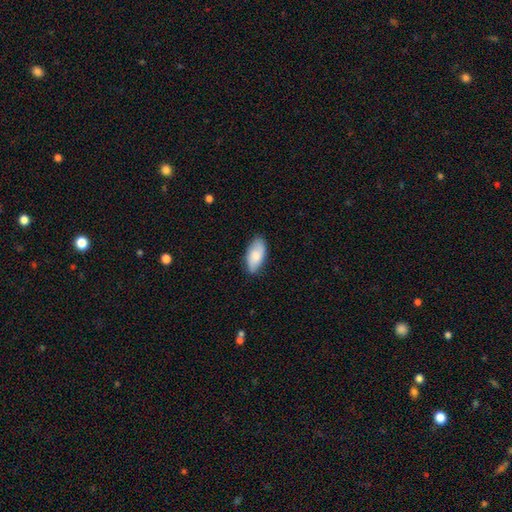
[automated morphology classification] The model was most divided on "smooth or featured": smooth: 79%, featured or disk: 15%, star or artifact: 6%. More confident: how rounded — in between (92%); merging — none (80%).